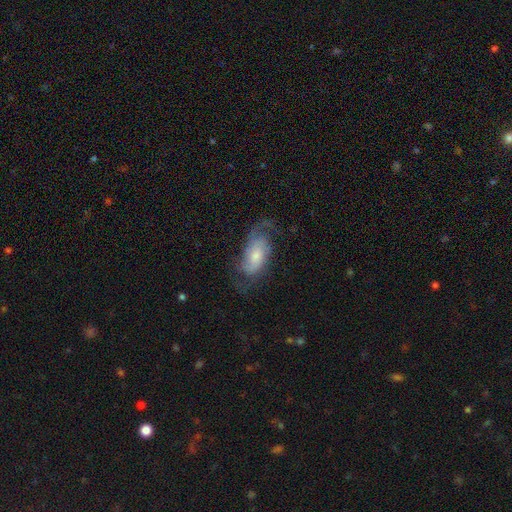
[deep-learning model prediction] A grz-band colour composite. It shows a featured or disk galaxy (71%) with no bar (63%), 2 (49%) medium (43%) spiral arms (92%) and a moderate central bulge (43%). Merging: none (56%).